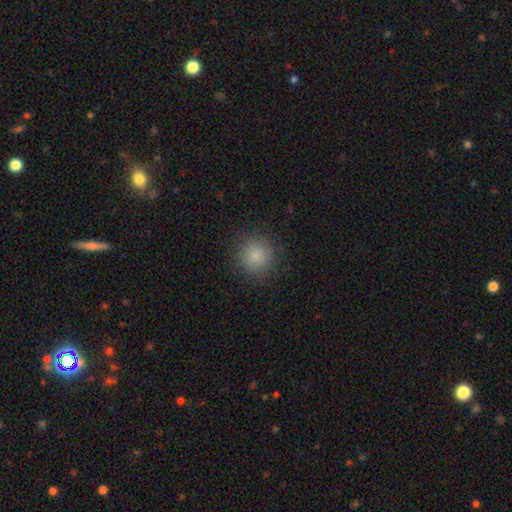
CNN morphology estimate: This is clearly a smooth galaxy (84%). How rounded: clearly round (93%). Merging: clearly none (90%).